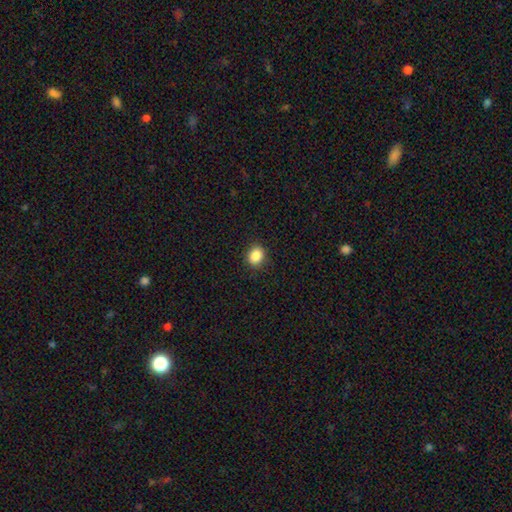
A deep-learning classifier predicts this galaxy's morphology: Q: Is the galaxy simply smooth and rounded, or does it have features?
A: smooth — 86%.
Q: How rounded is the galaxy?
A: round — 59%.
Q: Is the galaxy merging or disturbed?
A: none — 90%.